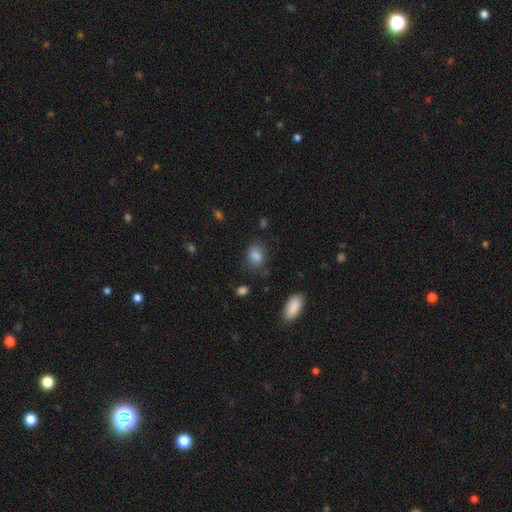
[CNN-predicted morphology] smooth_or_featured: smooth (p=0.84) [alt: star or artifact p=0.10]
how_rounded: in between (p=0.65) [alt: round p=0.33]
merging: none (p=0.75) [alt: minor disturbance p=0.17]